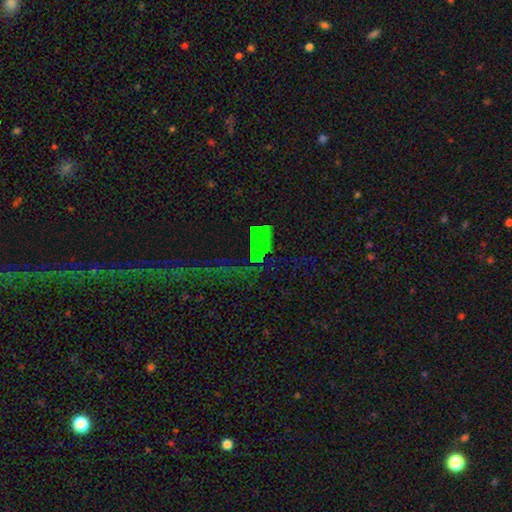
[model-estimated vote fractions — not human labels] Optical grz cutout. It shows a star or artifact, not a galaxy (69%).